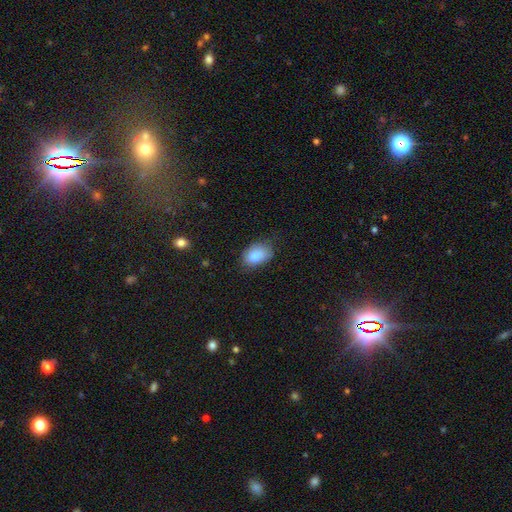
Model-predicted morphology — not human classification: Q: Smooth or featured?
A: smooth (85%); runner-up: star or artifact (8%)
Q: How rounded?
A: in between (85%); runner-up: round (14%)
Q: Merging?
A: none (66%); runner-up: minor disturbance (27%)